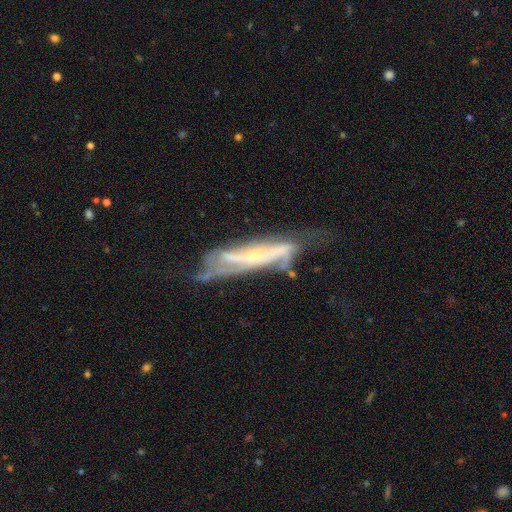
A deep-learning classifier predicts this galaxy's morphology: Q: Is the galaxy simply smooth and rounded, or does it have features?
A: featured or disk — 79%.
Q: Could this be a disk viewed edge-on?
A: no — 64%.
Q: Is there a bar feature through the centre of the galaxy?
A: no — 48%.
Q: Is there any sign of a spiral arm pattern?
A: yes — 84%.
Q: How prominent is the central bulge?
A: small — 70%.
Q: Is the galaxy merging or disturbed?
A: none — 47%.